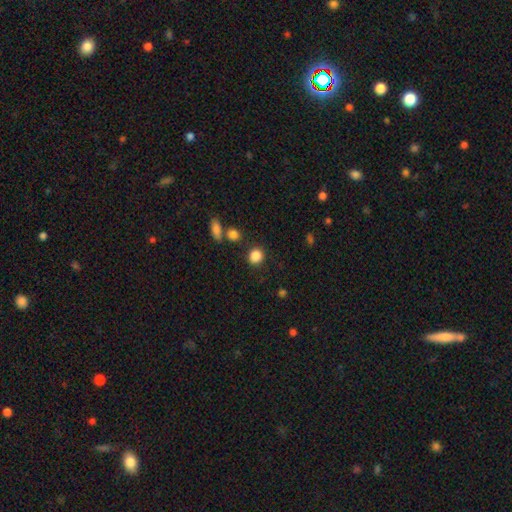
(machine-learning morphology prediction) smooth_or_featured: smooth (p=0.86) [alt: star or artifact p=0.10]
how_rounded: round (p=0.82) [alt: in between p=0.17]
merging: none (p=0.82) [alt: minor disturbance p=0.09]